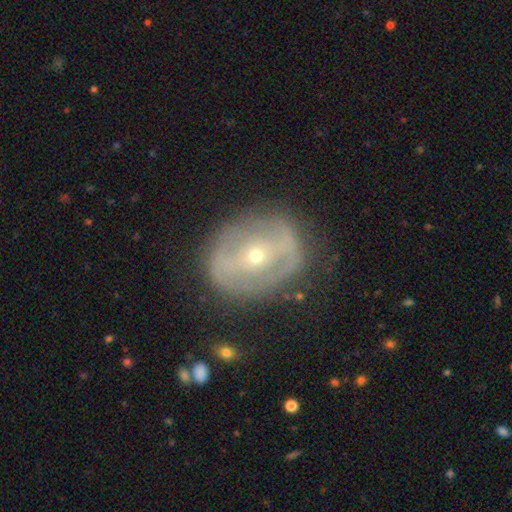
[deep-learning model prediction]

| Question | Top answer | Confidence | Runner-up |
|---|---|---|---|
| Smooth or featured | featured or disk | 73% | smooth (19%) |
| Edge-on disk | no | 94% | yes (6%) |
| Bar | strong | 39% | no (32%) |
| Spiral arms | no | 57% | yes (43%) |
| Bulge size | small | 67% | moderate (30%) |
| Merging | none | 75% | minor disturbance (15%) |